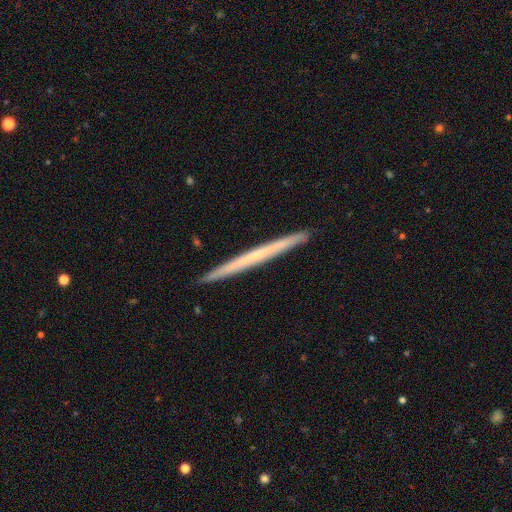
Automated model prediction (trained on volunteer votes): Q: Smooth or featured?
A: featured or disk (53%); runner-up: smooth (41%)
Q: Edge-on disk?
A: yes (98%); runner-up: no (2%)
Q: Edge-on bulge?
A: none (89%); runner-up: rounded (9%)
Q: Merging?
A: none (93%); runner-up: minor disturbance (5%)